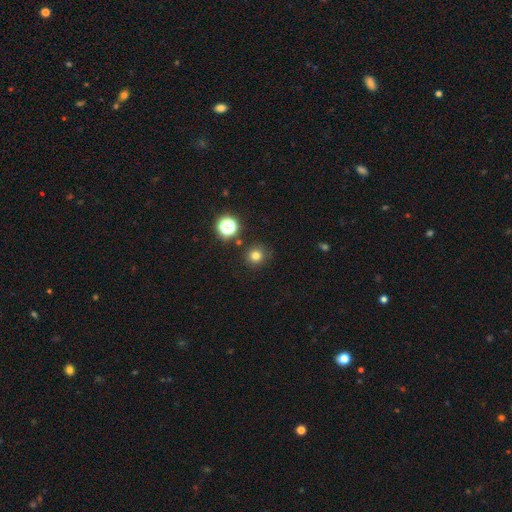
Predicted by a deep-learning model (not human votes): A smooth galaxy with no disk features (77%) that is round (94%). Merging: none (87%).